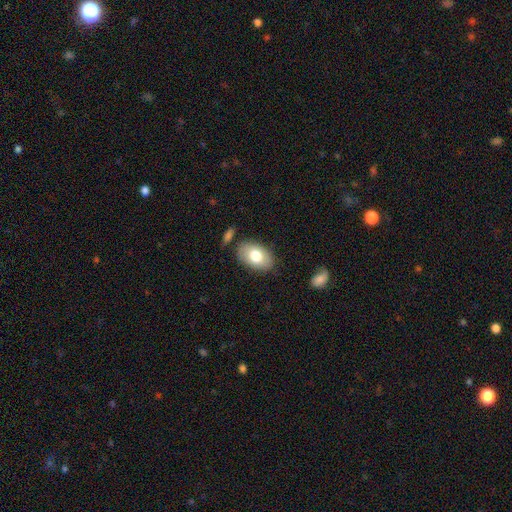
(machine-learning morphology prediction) This appears to be a smooth galaxy with no disk features (76%) that is in between round and cigar-shaped (89%). Merging: none (81%).